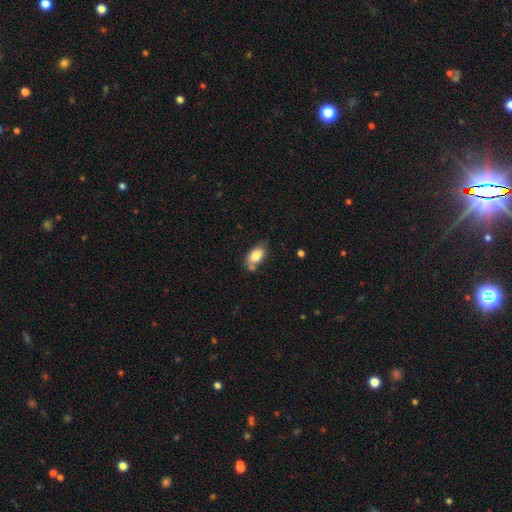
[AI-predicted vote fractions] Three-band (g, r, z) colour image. It shows a smooth galaxy with no disk features (81%) that is in between round and cigar-shaped (91%). Merging: none (56%).